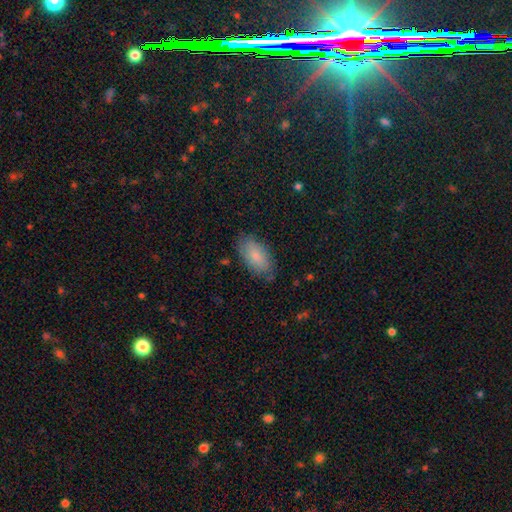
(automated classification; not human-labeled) smooth-or-featured: smooth: 82% | featured or disk: 11% | star or artifact: 7%
  how-rounded: in between: 93% | cigar-shaped: 5% | round: 2%
  merging: none: 80% | minor disturbance: 15% | major disturbance: 3% | merger: 1%